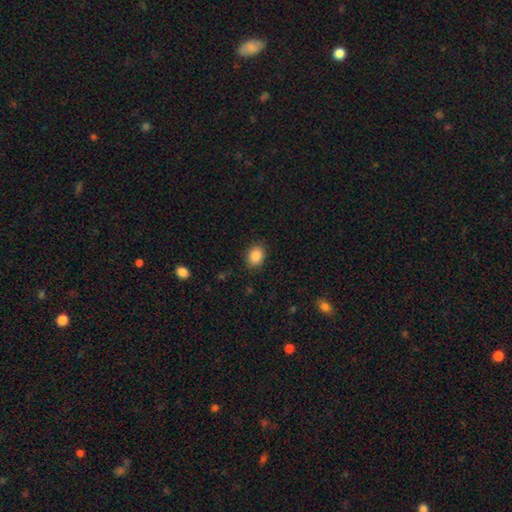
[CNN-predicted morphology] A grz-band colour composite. It shows a smooth galaxy with no disk features (87%) that is in between round and cigar-shaped (54%). Merging: none (87%).